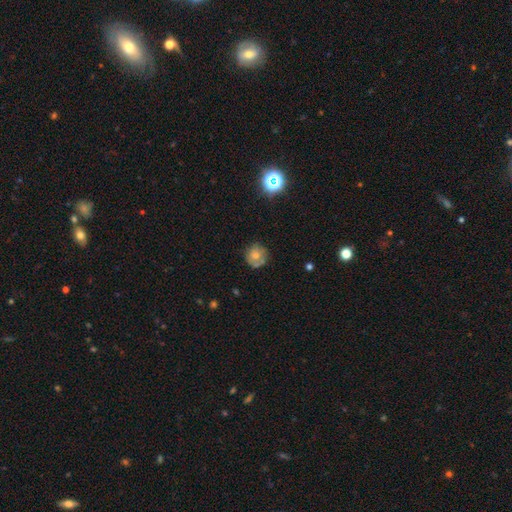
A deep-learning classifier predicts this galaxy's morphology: This is likely a smooth galaxy (62%). How rounded: clearly round (87%). Merging: likely none (64%).